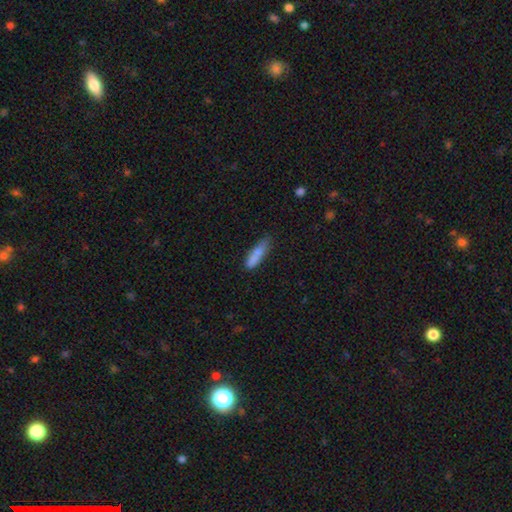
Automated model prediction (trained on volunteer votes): This is clearly a smooth galaxy (81%). How rounded: likely cigar-shaped (69%). Merging: likely none (62%).